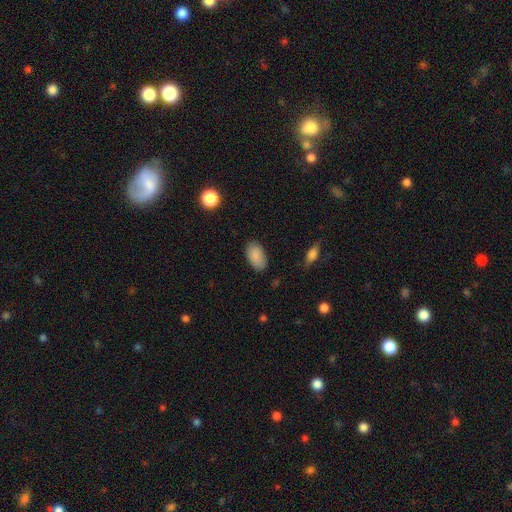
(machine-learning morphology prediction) Q: Smooth or featured?
A: smooth (88%); runner-up: star or artifact (7%)
Q: How rounded?
A: in between (94%); runner-up: round (4%)
Q: Merging?
A: none (85%); runner-up: minor disturbance (11%)